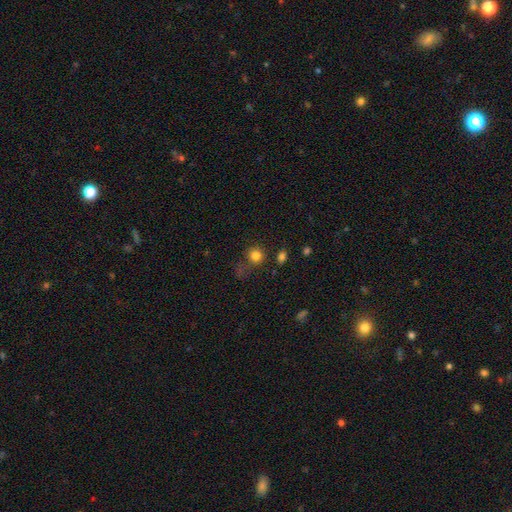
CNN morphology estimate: type=smooth (81%); roundness=round (88%); merging=none (72%).